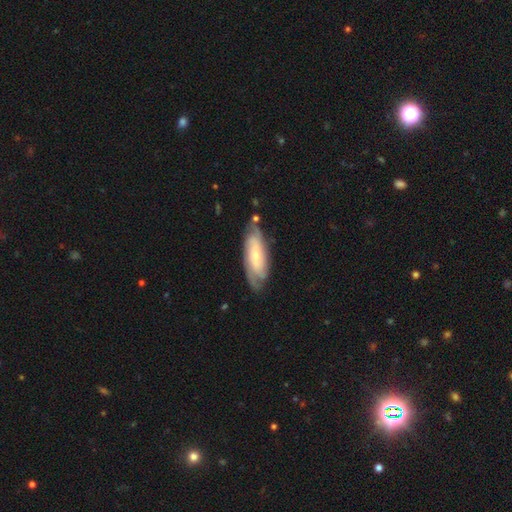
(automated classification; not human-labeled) smooth_or_featured: featured or disk (p=0.67) [alt: smooth p=0.27]
disk_edge_on: no (p=0.85) [alt: yes p=0.15]
bar: no (p=0.60) [alt: weak p=0.29]
has_spiral_arms: yes (p=0.90) [alt: no p=0.10]
spiral_winding: tight (p=0.56) [alt: medium p=0.33]
spiral_arm_count: 2 (p=0.40) [alt: can't tell p=0.36]
bulge_size: small (p=0.69) [alt: moderate p=0.24]
merging: none (p=0.73) [alt: minor disturbance p=0.19]